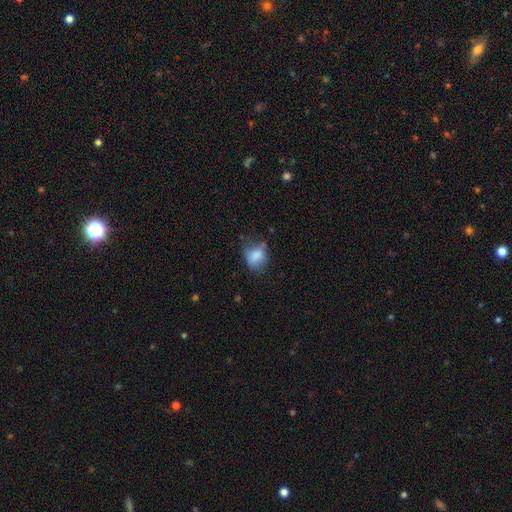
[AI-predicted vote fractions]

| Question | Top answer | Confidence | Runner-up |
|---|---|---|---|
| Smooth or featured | smooth | 78% | featured or disk (13%) |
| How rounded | in between | 58% | round (40%) |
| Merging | none | 51% | minor disturbance (31%) |